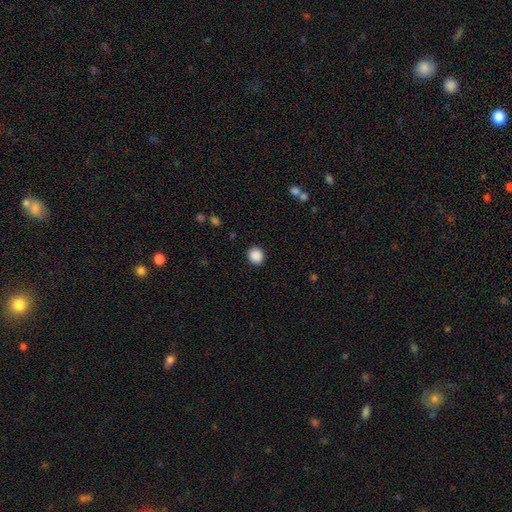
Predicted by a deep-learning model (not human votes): Morphology: type=smooth (89%); roundness=round (85%); merging=none (90%).